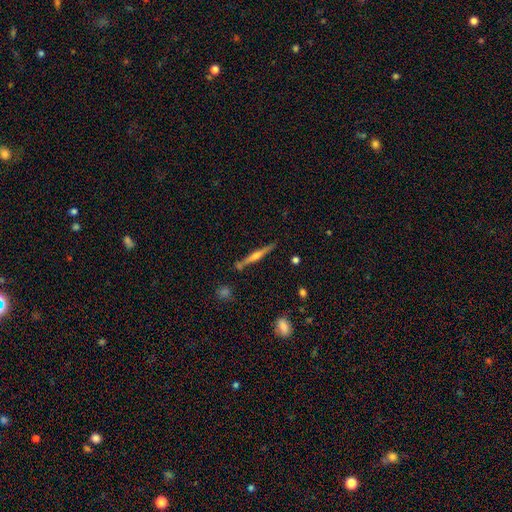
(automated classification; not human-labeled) Morphology: type=featured or disk (69%); edge-on=yes (98%); edge-on bulge=rounded (83%); merging=none (85%).